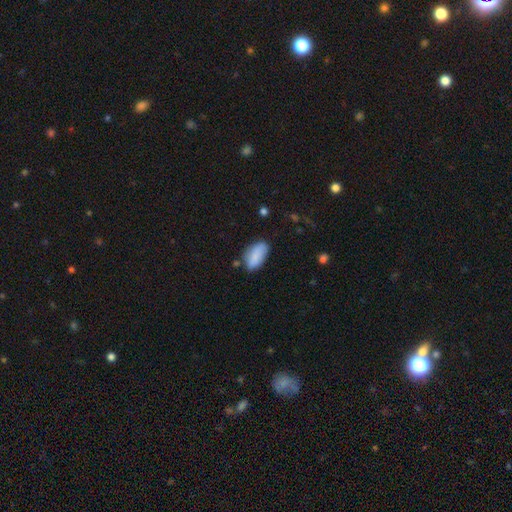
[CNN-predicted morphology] type=smooth (84%); roundness=in between (92%); merging=none (66%).